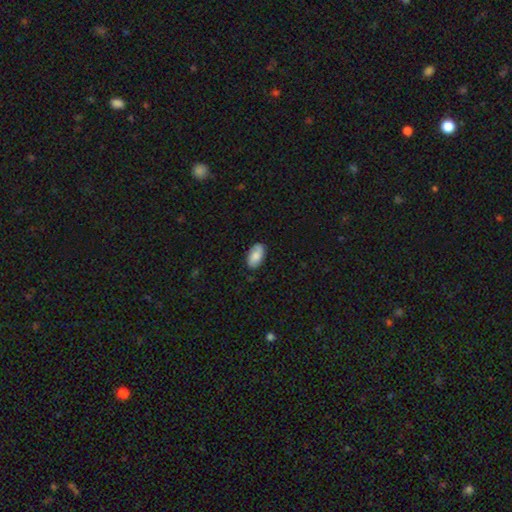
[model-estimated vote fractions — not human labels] Smooth or featured? smooth (79%)
How rounded? in between (95%)
Merging? none (83%)